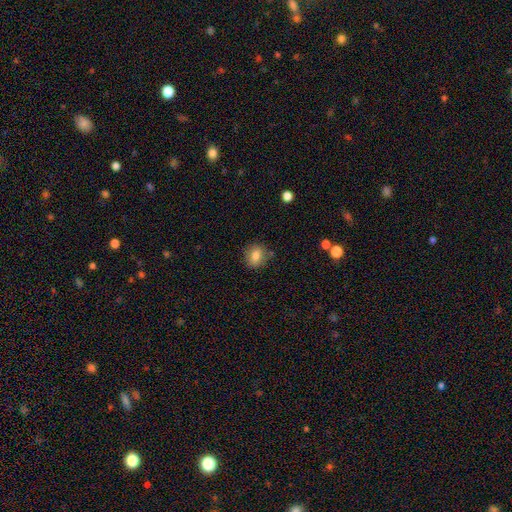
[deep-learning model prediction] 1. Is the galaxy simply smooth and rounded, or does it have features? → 81% smooth, 10% star or artifact, 9% featured or disk.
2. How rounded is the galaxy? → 69% round, 30% in between, 1% cigar-shaped.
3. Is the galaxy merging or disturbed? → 82% none, 12% minor disturbance, 3% major disturbance, 2% merger.